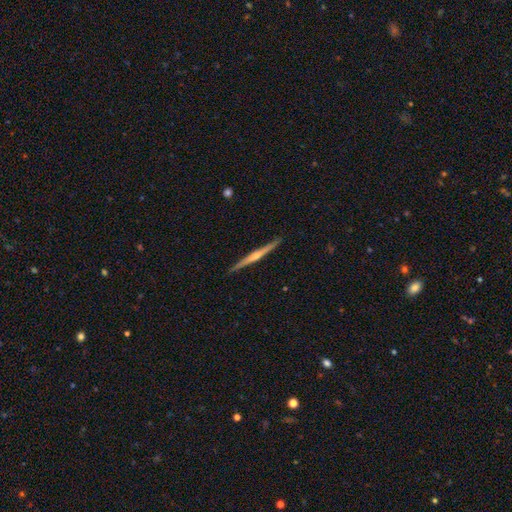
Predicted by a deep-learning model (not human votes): A featured or disk galaxy (67%) viewed edge-on (98%) with a rounded central bulge (52%).

Vote fractions:
- Smooth or featured? featured or disk: 67% / smooth: 27% / star or artifact: 5%
- Edge-on disk? yes: 98% / no: 2%
- Edge-on bulge? rounded: 52% / none: 37% / boxy: 11%
- Merging? none: 90% / minor disturbance: 7% / major disturbance: 1% / merger: 1%